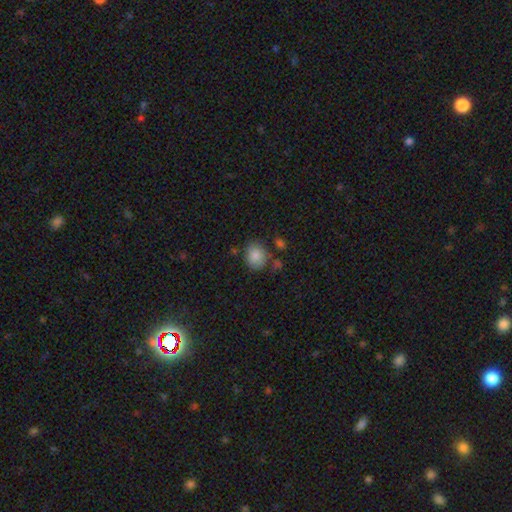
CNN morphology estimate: Smooth or featured: smooth — 85% (star or artifact — 8%)
How rounded: round — 59% (in between — 40%)
Merging: none — 69% (minor disturbance — 19%)